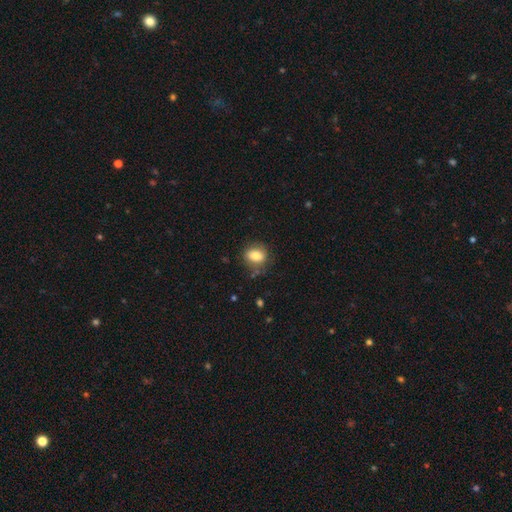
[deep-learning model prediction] smooth-or-featured: smooth: 83% | featured or disk: 9% | star or artifact: 9%
  how-rounded: in between: 66% | round: 33% | cigar-shaped: 2%
  merging: none: 75% | minor disturbance: 17% | major disturbance: 5% | merger: 3%